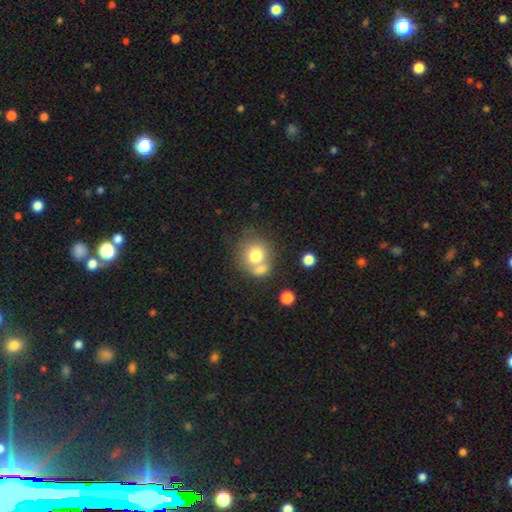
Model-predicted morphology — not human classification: Q: Smooth or featured?
A: smooth (74%); runner-up: featured or disk (16%)
Q: How rounded?
A: round (80%); runner-up: in between (19%)
Q: Merging?
A: none (44%); runner-up: merger (39%)